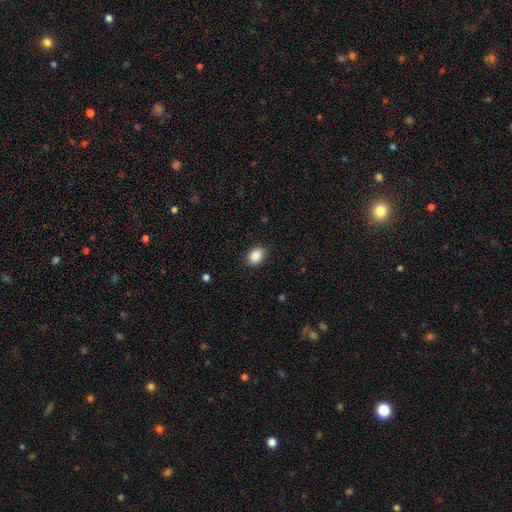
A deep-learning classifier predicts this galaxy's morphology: Q: Smooth or featured?
A: smooth (89%); runner-up: star or artifact (8%)
Q: How rounded?
A: in between (71%); runner-up: round (28%)
Q: Merging?
A: none (85%); runner-up: minor disturbance (11%)